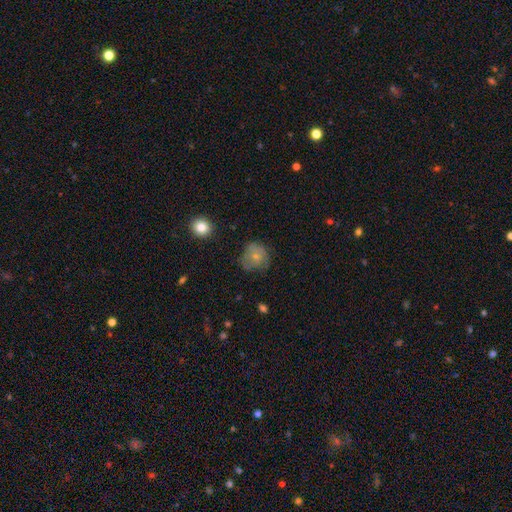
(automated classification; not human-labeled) Smooth or featured?
  - smooth: 62% *
  - featured or disk: 28%
  - star or artifact: 10%
How rounded?
  - round: 80% *
  - in between: 19%
  - cigar-shaped: 1%
Merging?
  - none: 59% *
  - minor disturbance: 27%
  - major disturbance: 12%
  - merger: 2%